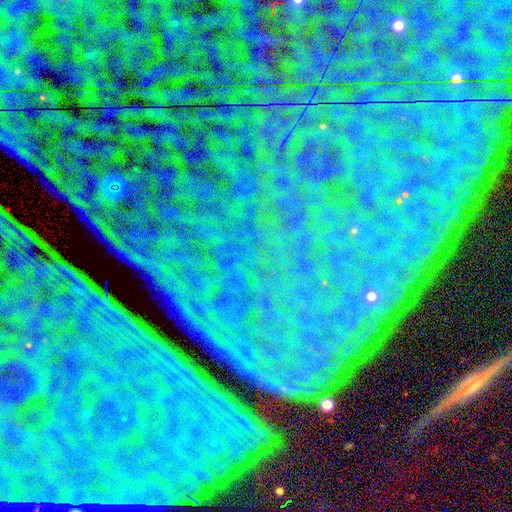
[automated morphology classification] A star or artifact, not a galaxy (86%).

Vote fractions:
- Smooth or featured? star or artifact: 86% / featured or disk: 8% / smooth: 6%